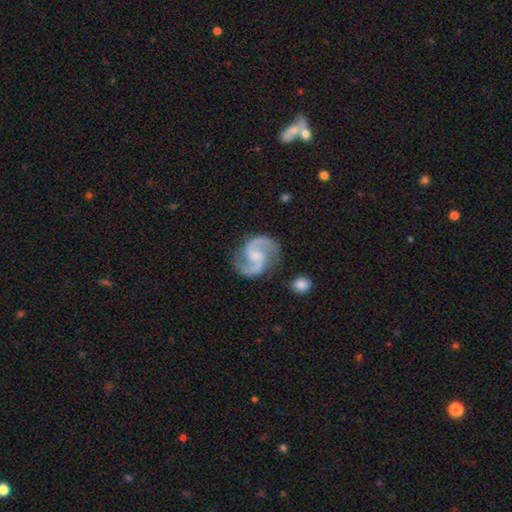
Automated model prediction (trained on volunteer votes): Smooth or featured: featured or disk — 93% (star or artifact — 4%)
Edge-on disk: no — 98% (yes — 2%)
Bar: weak — 46% (no — 42%)
Spiral arms: yes — 98% (no — 2%)
Spiral winding: medium — 63% (loose — 23%)
Spiral arm count: 2 — 94% (can't tell — 1%)
Bulge size: small — 40% (none — 28%)
Merging: none — 83% (minor disturbance — 11%)